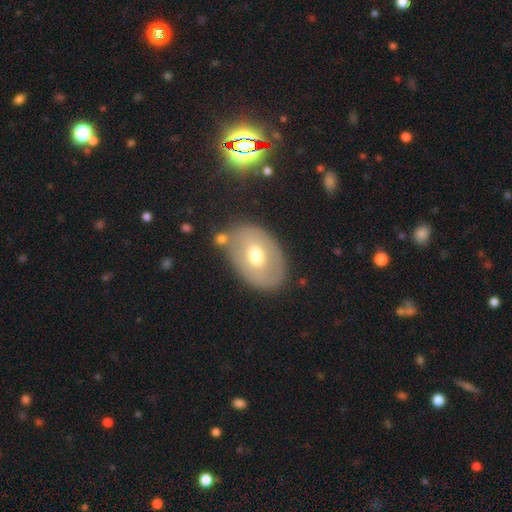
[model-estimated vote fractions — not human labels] This is possibly a smooth galaxy (55%). How rounded: clearly in between (83%). Merging: likely none (76%).